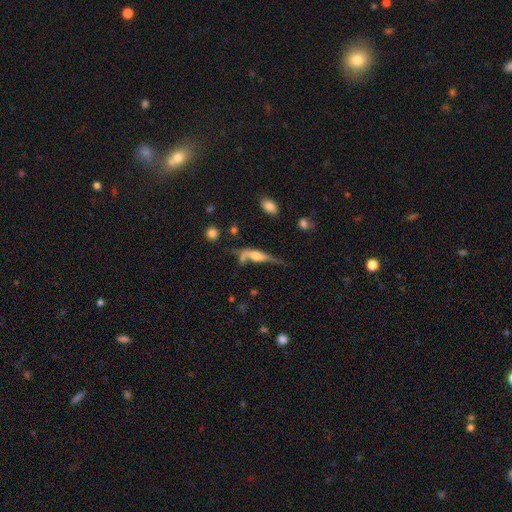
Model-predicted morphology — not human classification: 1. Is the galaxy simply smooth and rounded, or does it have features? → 55% featured or disk, 36% smooth, 9% star or artifact.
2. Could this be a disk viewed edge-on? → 75% yes, 25% no.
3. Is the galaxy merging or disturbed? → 32% none, 24% minor disturbance, 23% major disturbance, 20% merger.